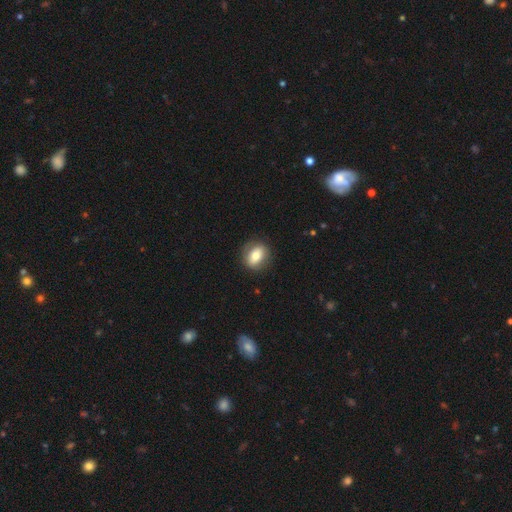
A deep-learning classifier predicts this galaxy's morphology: Overall: smooth (71%). How rounded: in between (59%; round 38%). Merging: none (85%).